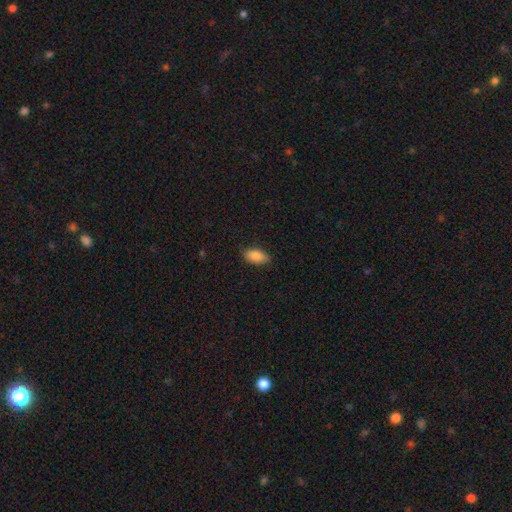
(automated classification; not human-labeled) Smooth or featured? Predicted: smooth (p=0.86). How rounded? Predicted: in between (p=0.92). Merging? Predicted: none (p=0.83).